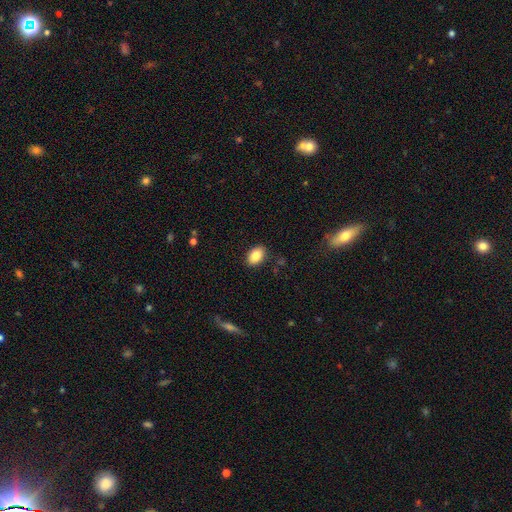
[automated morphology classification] smooth_or_featured: smooth (p=0.85) [alt: star or artifact p=0.08]
how_rounded: in between (p=0.86) [alt: round p=0.13]
merging: none (p=0.86) [alt: minor disturbance p=0.10]